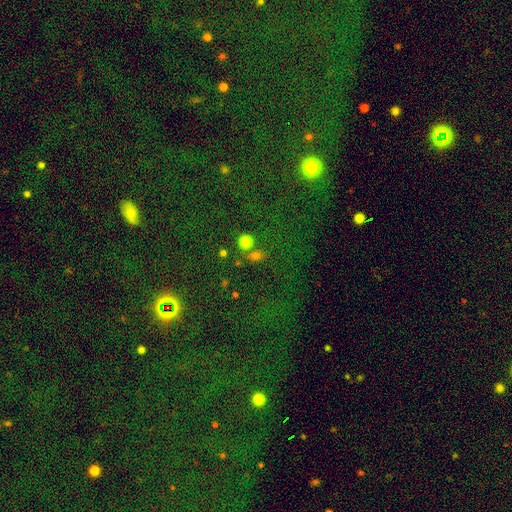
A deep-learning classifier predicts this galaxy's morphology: Smooth or featured? smooth (57%)
How rounded? round (71%)
Merging? none (66%)